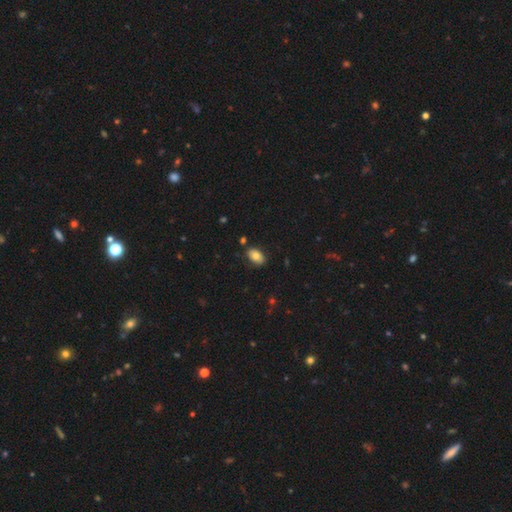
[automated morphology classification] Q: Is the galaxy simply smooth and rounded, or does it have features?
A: smooth — 78%.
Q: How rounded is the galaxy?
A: in between — 91%.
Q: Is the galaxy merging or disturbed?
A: none — 83%.